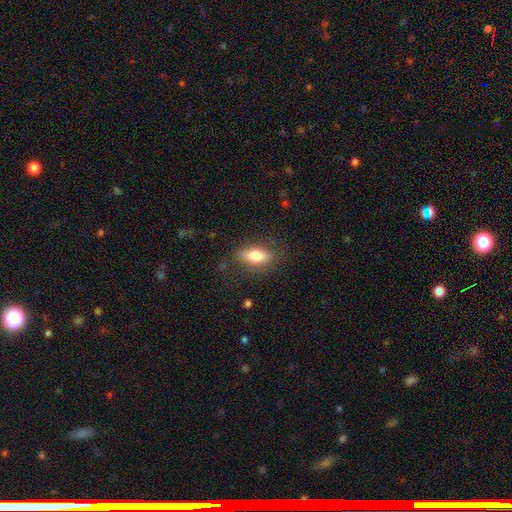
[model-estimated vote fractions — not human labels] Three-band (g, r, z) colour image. It shows a smooth galaxy with no disk features (78%) that is in between round and cigar-shaped (78%). Merging: none (80%).